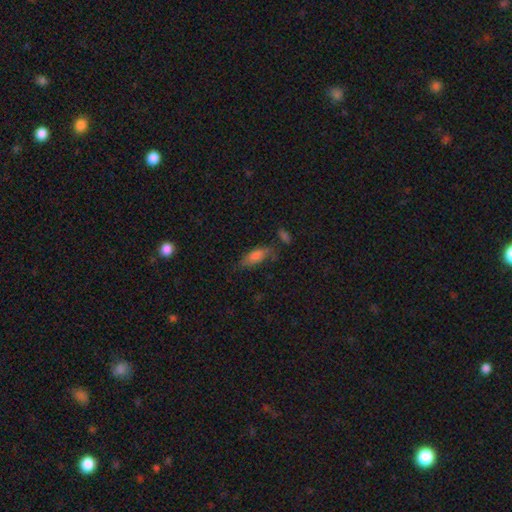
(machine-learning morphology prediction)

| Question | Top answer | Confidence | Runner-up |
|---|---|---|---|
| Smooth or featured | smooth | 76% | featured or disk (15%) |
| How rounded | in between | 70% | cigar-shaped (28%) |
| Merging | none | 60% | minor disturbance (24%) |